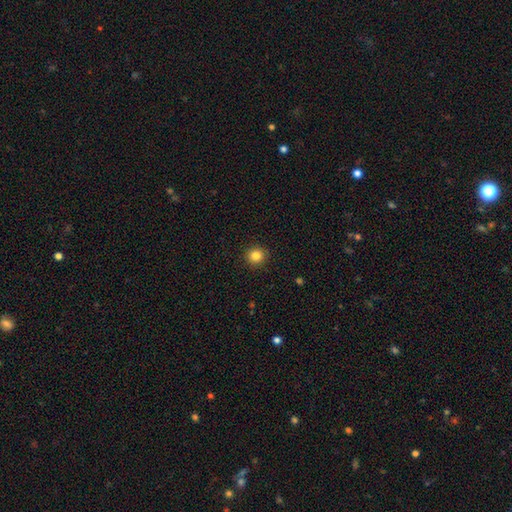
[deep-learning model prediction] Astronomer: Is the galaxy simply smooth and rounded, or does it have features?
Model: smooth — 84%.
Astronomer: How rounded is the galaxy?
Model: round — 92%.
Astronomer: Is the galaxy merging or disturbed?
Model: none — 92%.